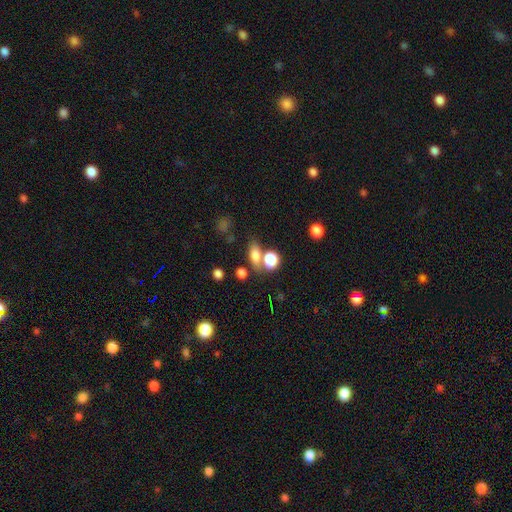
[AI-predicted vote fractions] smooth-or-featured: smooth: 74% | star or artifact: 14% | featured or disk: 12%
  how-rounded: in between: 65% | round: 26% | cigar-shaped: 10%
  merging: none: 57% | merger: 27% | minor disturbance: 11% | major disturbance: 5%